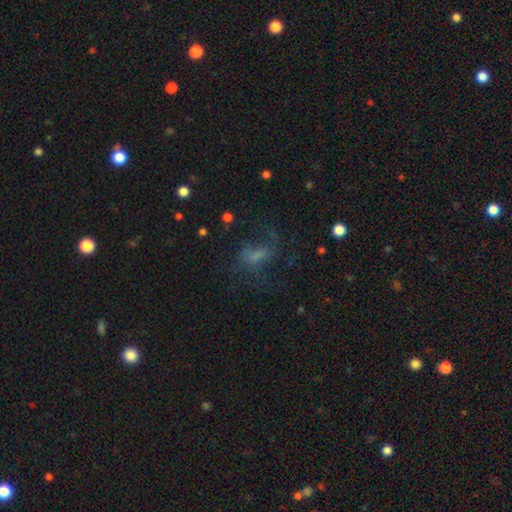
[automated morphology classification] A smooth galaxy with no disk features (46%). Merging: none (44%).